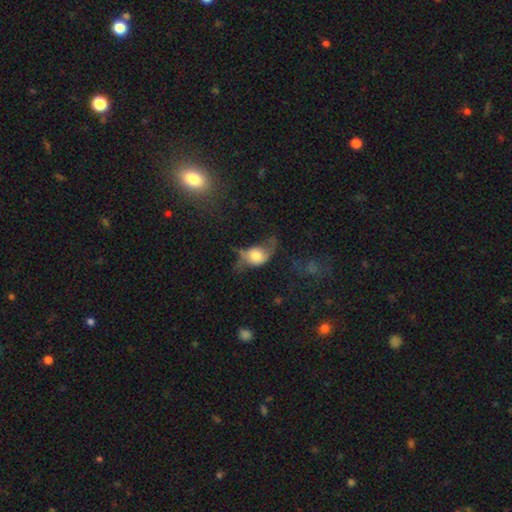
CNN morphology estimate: This appears to be a smooth galaxy with no disk features (56%) that is in between round and cigar-shaped (71%). Merging: major disturbance (38%).